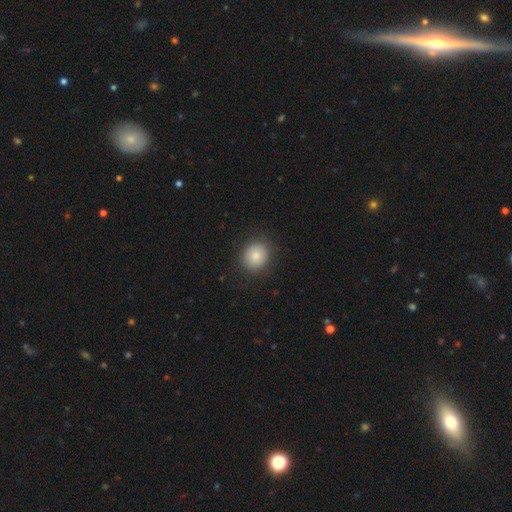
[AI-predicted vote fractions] Morphology: type=smooth (84%); roundness=round (76%); merging=none (87%).